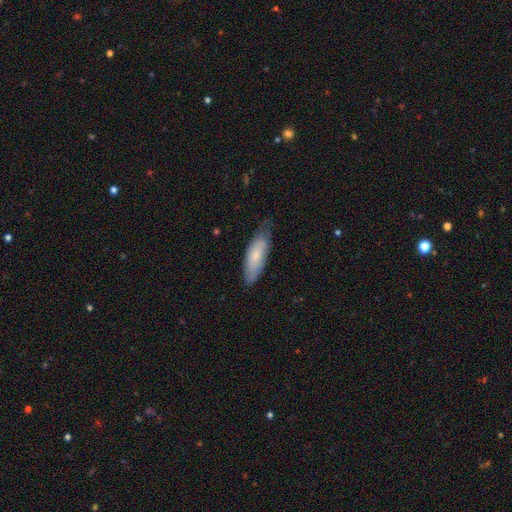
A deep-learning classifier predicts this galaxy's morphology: A smooth galaxy with no disk features (67%) that is in between round and cigar-shaped (58%). Merging: none (60%).